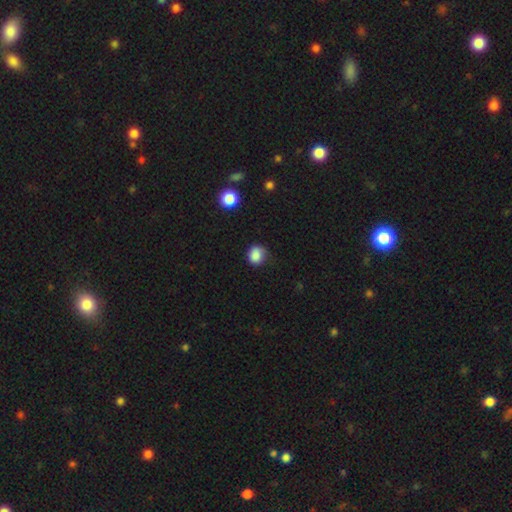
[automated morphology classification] Q: Smooth or featured?
A: smooth (85%); runner-up: star or artifact (10%)
Q: How rounded?
A: round (74%); runner-up: in between (25%)
Q: Merging?
A: none (68%); runner-up: minor disturbance (25%)